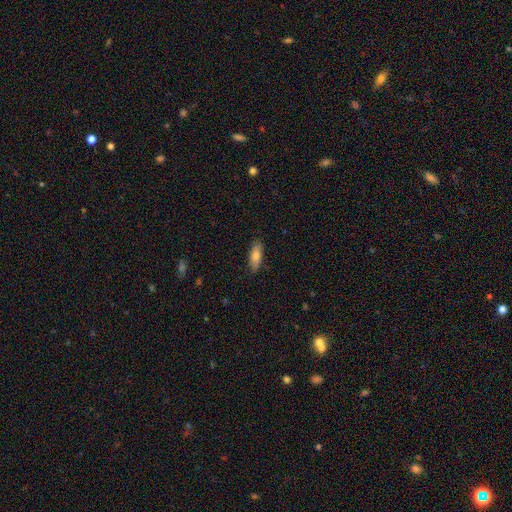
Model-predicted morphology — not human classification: smooth_or_featured: smooth (p=0.77) [alt: featured or disk p=0.17]
how_rounded: in between (p=0.65) [alt: cigar-shaped p=0.33]
merging: none (p=0.87) [alt: minor disturbance p=0.10]